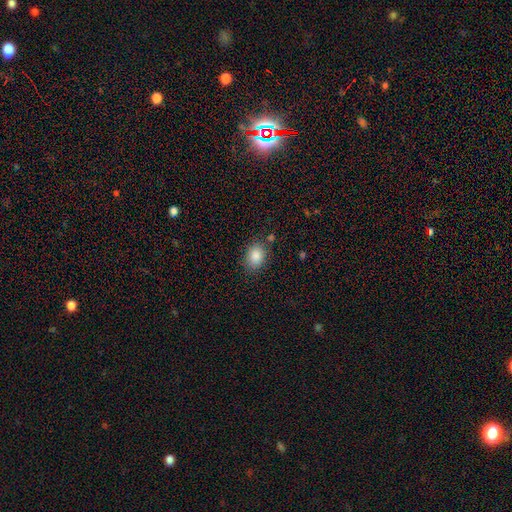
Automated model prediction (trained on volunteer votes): Smooth or featured?
  - smooth: 86% *
  - star or artifact: 9%
  - featured or disk: 5%
How rounded?
  - in between: 68% *
  - round: 31%
  - cigar-shaped: 1%
Merging?
  - none: 79% *
  - minor disturbance: 14%
  - merger: 4%
  - major disturbance: 4%